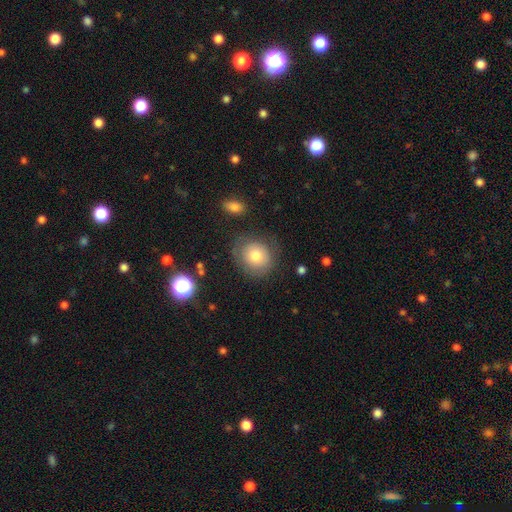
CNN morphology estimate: Smooth or featured?
  - smooth: 73% *
  - featured or disk: 18%
  - star or artifact: 9%
How rounded?
  - round: 77% *
  - in between: 22%
  - cigar-shaped: 1%
Merging?
  - none: 74% *
  - minor disturbance: 17%
  - major disturbance: 8%
  - merger: 2%